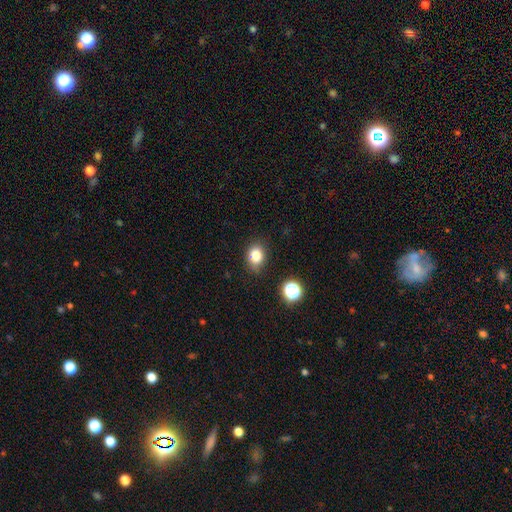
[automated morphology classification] smooth 81%, star or artifact 12%, featured or disk 7%. Down the decision tree: how rounded — in between (56%); merging — none (79%).